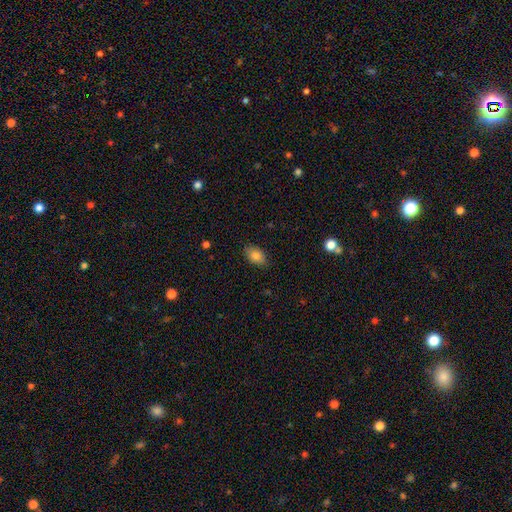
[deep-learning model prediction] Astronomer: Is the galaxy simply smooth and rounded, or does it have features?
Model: smooth — 83%.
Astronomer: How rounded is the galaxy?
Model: in between — 87%.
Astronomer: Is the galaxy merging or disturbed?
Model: none — 85%.